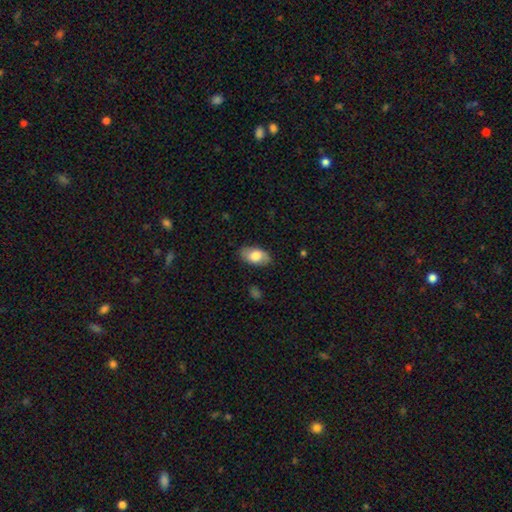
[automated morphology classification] This is likely a smooth galaxy (75%). How rounded: clearly in between (93%). Merging: clearly none (83%).